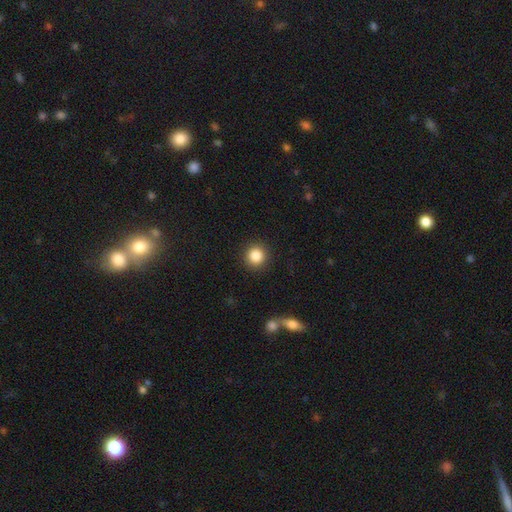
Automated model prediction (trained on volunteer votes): Smooth or featured?
  - smooth: 85% *
  - star or artifact: 10%
  - featured or disk: 5%
How rounded?
  - round: 94% *
  - in between: 5%
  - cigar-shaped: 1%
Merging?
  - none: 91% *
  - minor disturbance: 5%
  - major disturbance: 2%
  - merger: 1%